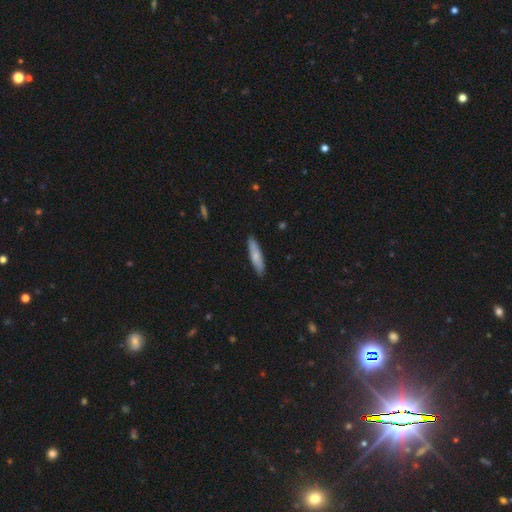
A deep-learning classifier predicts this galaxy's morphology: Q: Smooth or featured?
A: smooth (74%); runner-up: featured or disk (20%)
Q: How rounded?
A: cigar-shaped (80%); runner-up: in between (18%)
Q: Merging?
A: none (87%); runner-up: minor disturbance (10%)